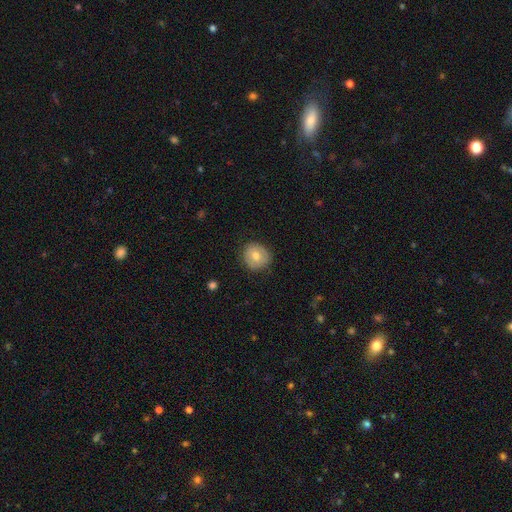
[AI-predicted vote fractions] This appears to be a smooth galaxy with no disk features (70%) that is round (86%). Merging: none (84%).